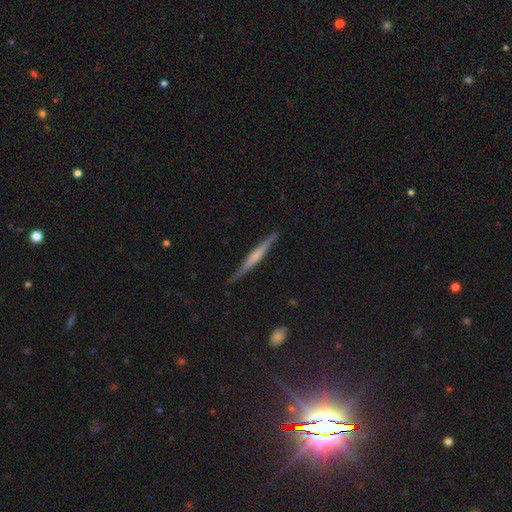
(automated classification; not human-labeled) Smooth or featured?
  - featured or disk: 59% *
  - smooth: 36%
  - star or artifact: 6%
Edge-on disk?
  - yes: 97% *
  - no: 3%
Edge-on bulge?
  - none: 48% *
  - rounded: 34%
  - boxy: 18%
Merging?
  - none: 86% *
  - minor disturbance: 10%
  - major disturbance: 2%
  - merger: 1%